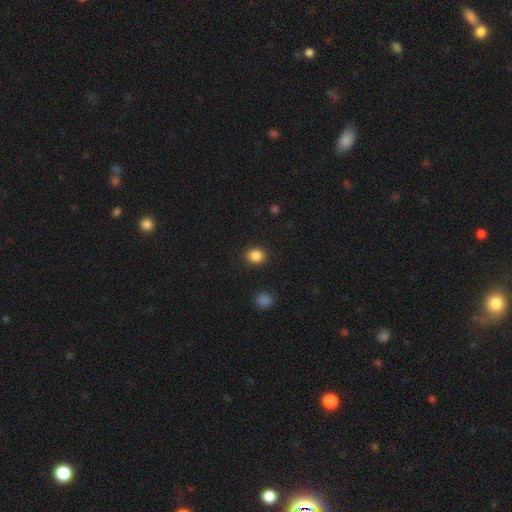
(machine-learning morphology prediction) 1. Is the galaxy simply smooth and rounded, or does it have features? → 86% smooth, 10% star or artifact, 3% featured or disk.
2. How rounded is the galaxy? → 71% round, 28% in between, 1% cigar-shaped.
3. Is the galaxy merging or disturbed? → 90% none, 6% minor disturbance, 2% major disturbance, 1% merger.